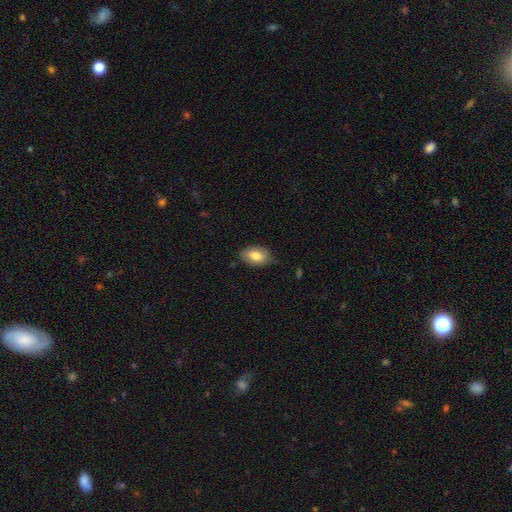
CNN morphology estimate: smooth_or_featured: smooth (p=0.81) [alt: featured or disk p=0.13]
how_rounded: in between (p=0.91) [alt: round p=0.08]
merging: none (p=0.80) [alt: minor disturbance p=0.17]